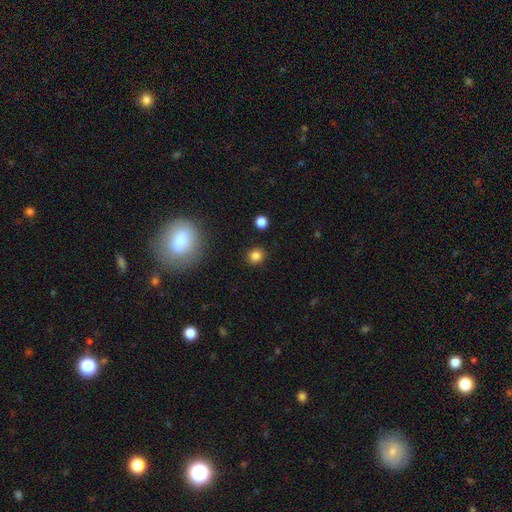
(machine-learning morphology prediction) A smooth galaxy with no disk features (83%) that is round (82%).

Vote fractions:
- Smooth or featured? smooth: 83% / star or artifact: 12% / featured or disk: 4%
- How rounded? round: 82% / in between: 17% / cigar-shaped: 1%
- Merging? none: 89% / minor disturbance: 6% / major disturbance: 2% / merger: 2%